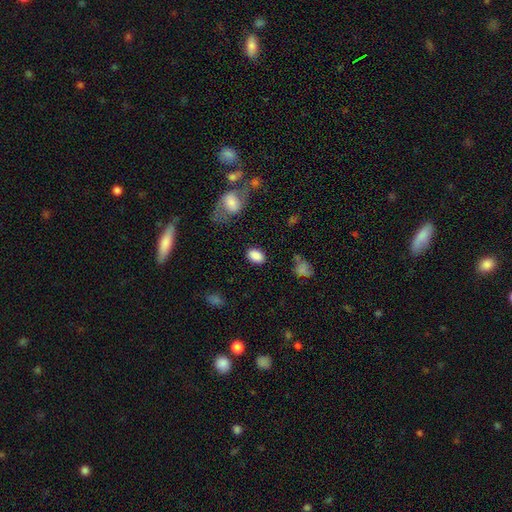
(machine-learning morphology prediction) smooth_or_featured: smooth (p=0.87) [alt: star or artifact p=0.08]
how_rounded: in between (p=0.85) [alt: round p=0.14]
merging: none (p=0.83) [alt: minor disturbance p=0.11]